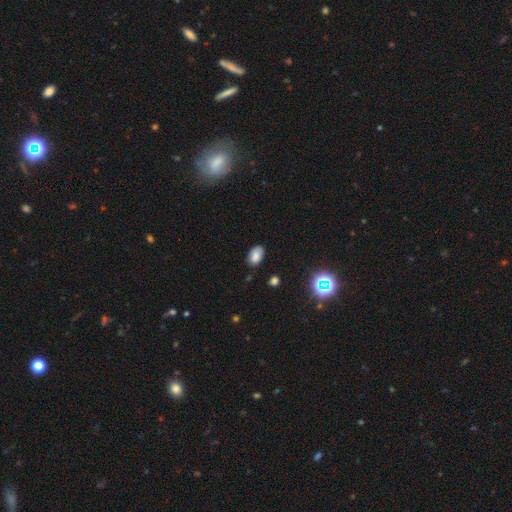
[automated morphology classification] A smooth galaxy with no disk features (82%) that is in between round and cigar-shaped (90%). Merging: none (80%).